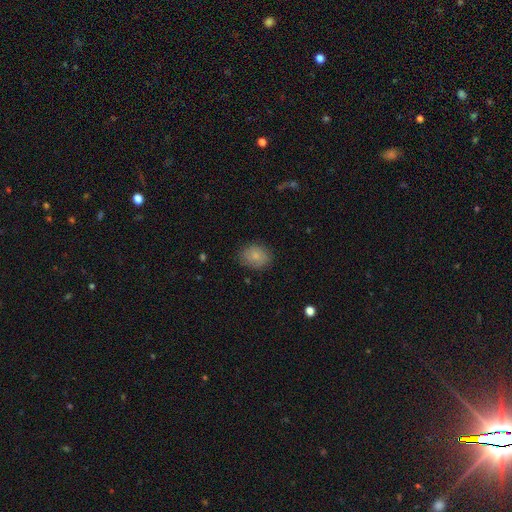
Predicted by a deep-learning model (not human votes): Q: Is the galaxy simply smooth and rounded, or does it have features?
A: smooth — 80%.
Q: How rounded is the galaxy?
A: in between — 54%.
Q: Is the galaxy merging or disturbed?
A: none — 78%.